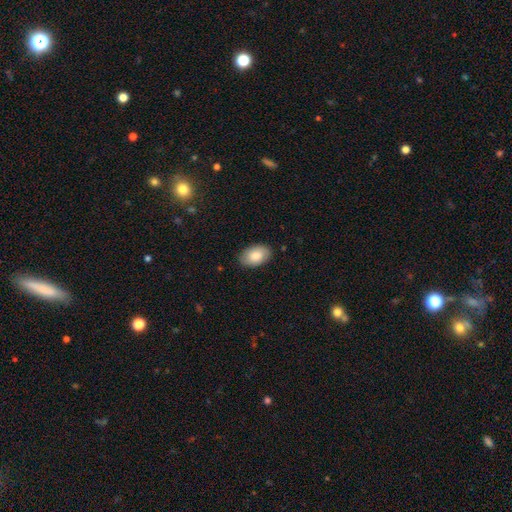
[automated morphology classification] Overall: smooth (84%). How rounded: in between (92%). Merging: none (86%).